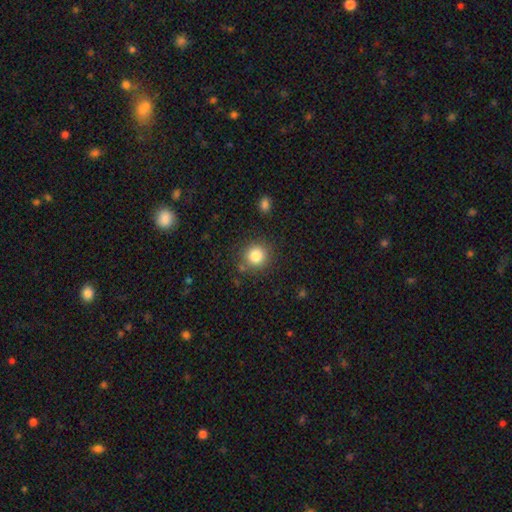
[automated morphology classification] smooth_or_featured: smooth (p=0.83) [alt: star or artifact p=0.11]
how_rounded: round (p=0.92) [alt: in between p=0.07]
merging: none (p=0.84) [alt: minor disturbance p=0.09]